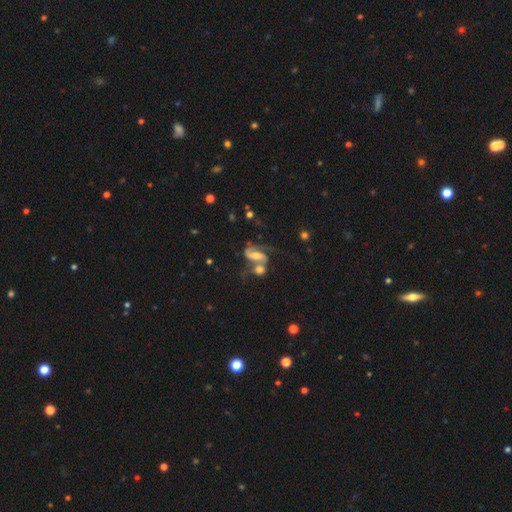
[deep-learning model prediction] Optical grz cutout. It shows a featured or disk galaxy (76%) with a weak bar (39%), 2 (84%) loose (44%) spiral arms (91%) and a moderate central bulge (50%). Merging: merger (48%).